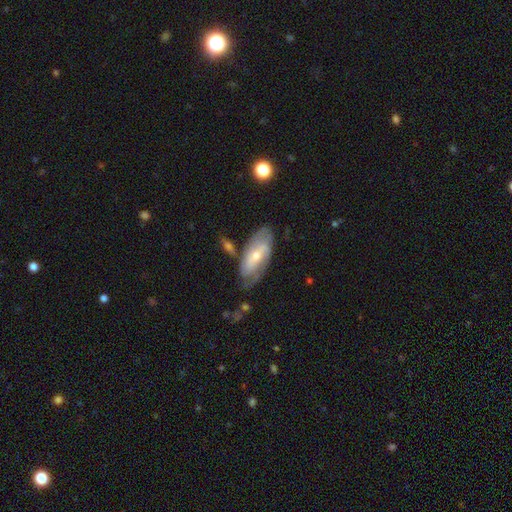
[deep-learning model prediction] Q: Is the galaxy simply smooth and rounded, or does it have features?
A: featured or disk — 68%.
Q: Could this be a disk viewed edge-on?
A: no — 89%.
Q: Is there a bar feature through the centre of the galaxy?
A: weak — 37%, tied with no.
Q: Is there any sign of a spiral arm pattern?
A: yes — 82%.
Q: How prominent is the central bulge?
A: small — 50%.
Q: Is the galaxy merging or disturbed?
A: none — 60%.